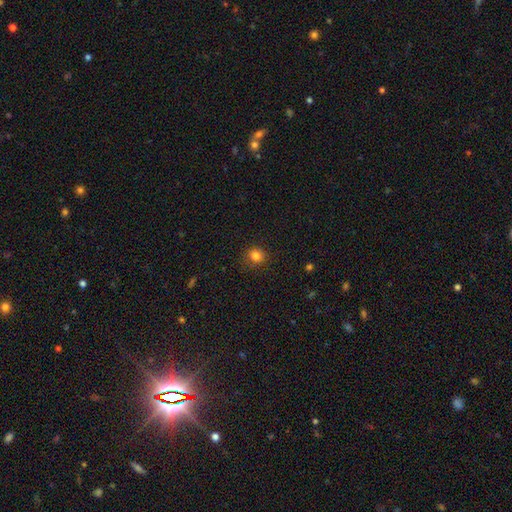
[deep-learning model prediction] Q: Smooth or featured?
A: smooth (82%); runner-up: star or artifact (13%)
Q: How rounded?
A: round (84%); runner-up: in between (15%)
Q: Merging?
A: none (86%); runner-up: minor disturbance (10%)